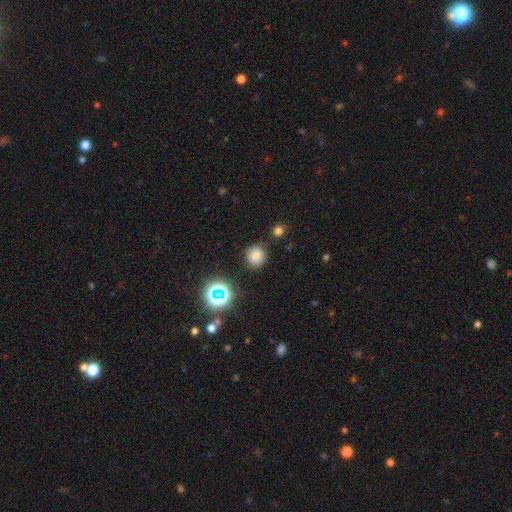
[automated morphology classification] Smooth or featured?
  - smooth: 76% *
  - star or artifact: 18%
  - featured or disk: 6%
How rounded?
  - round: 90% *
  - in between: 9%
  - cigar-shaped: 1%
Merging?
  - none: 83% *
  - minor disturbance: 11%
  - major disturbance: 3%
  - merger: 3%